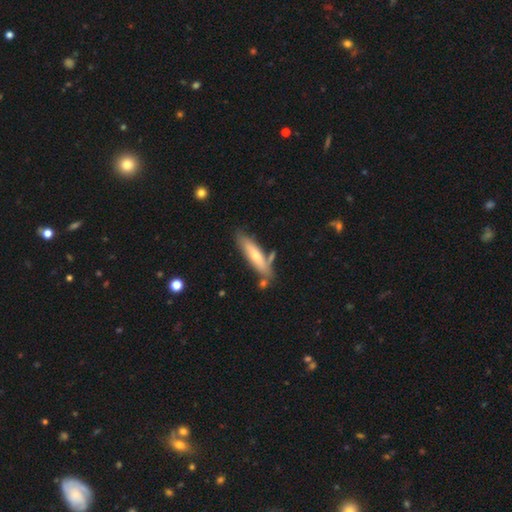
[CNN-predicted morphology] The model was most divided on "smooth or featured": smooth: 56%, featured or disk: 38%, star or artifact: 6%. More confident: how rounded — cigar-shaped (74%); merging — none (69%).